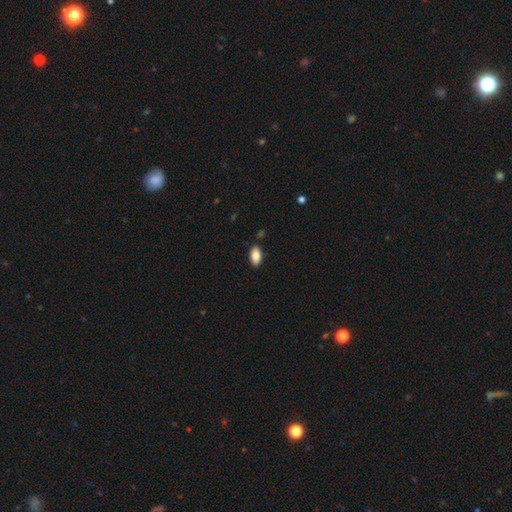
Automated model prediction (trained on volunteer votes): This is clearly a smooth galaxy (85%). How rounded: clearly in between (93%). Merging: clearly none (87%).